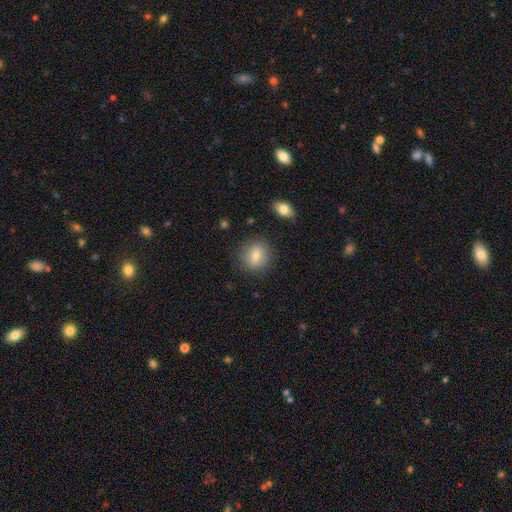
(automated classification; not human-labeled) Q: Smooth or featured?
A: smooth (76%); runner-up: featured or disk (15%)
Q: How rounded?
A: round (76%); runner-up: in between (23%)
Q: Merging?
A: none (83%); runner-up: minor disturbance (11%)